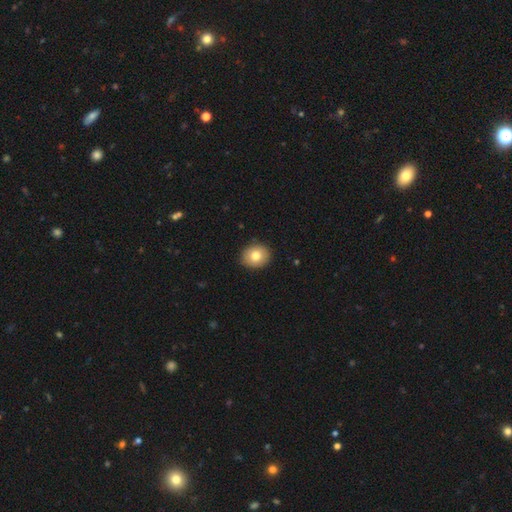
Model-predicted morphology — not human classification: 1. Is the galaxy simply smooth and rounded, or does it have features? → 78% smooth, 13% featured or disk, 9% star or artifact.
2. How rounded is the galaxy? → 75% round, 24% in between, 1% cigar-shaped.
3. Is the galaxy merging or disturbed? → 90% none, 8% minor disturbance, 2% major disturbance, 1% merger.